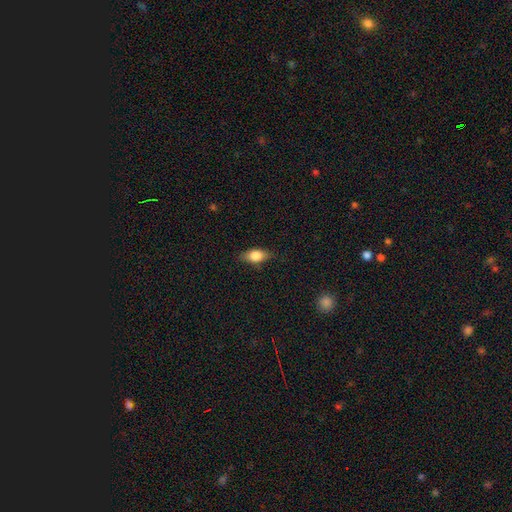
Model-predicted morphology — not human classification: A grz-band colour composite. It shows a smooth galaxy with no disk features (75%) that is in between round and cigar-shaped (81%). Merging: none (82%).